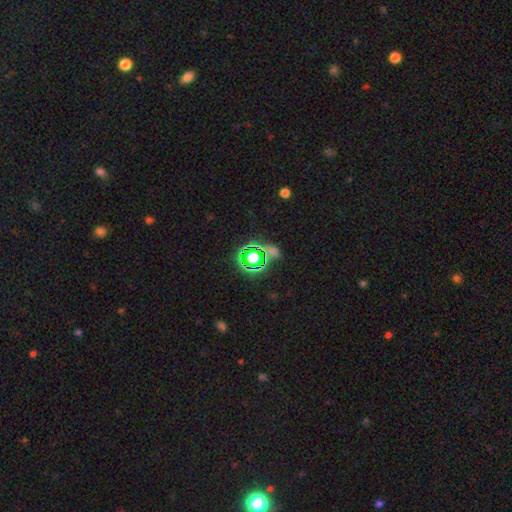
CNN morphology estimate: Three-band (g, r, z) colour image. It shows a star or artifact, not a galaxy (75%).